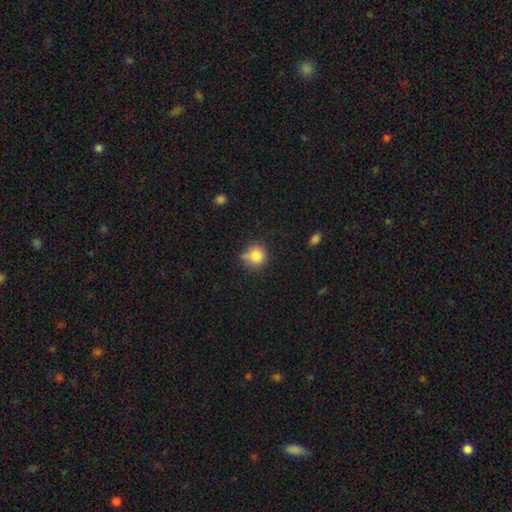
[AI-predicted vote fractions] A smooth galaxy with no disk features (82%) that is round (89%). Merging: none (63%).